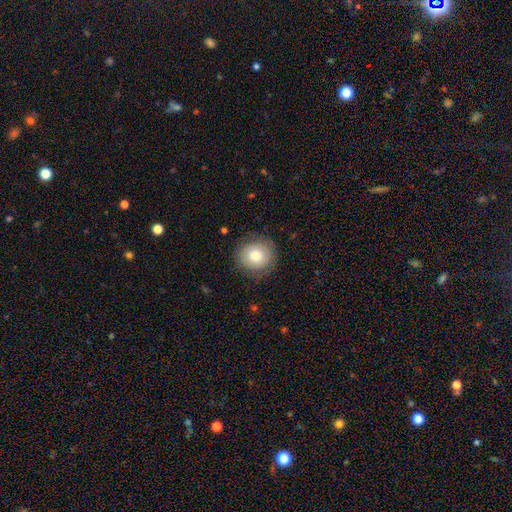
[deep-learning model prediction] Smooth or featured? smooth (74%)
How rounded? round (88%)
Merging? none (83%)